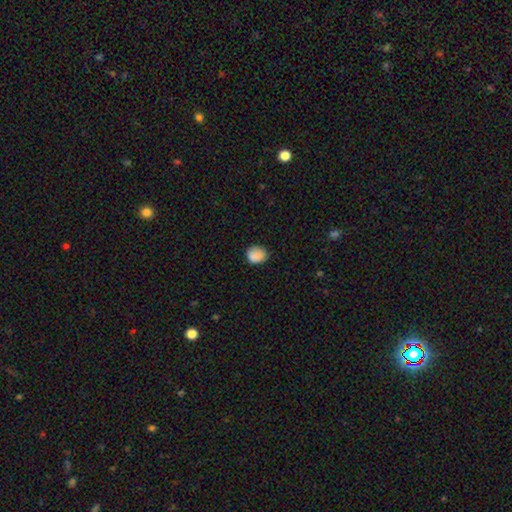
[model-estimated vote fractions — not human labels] Q: Smooth or featured?
A: smooth (87%); runner-up: star or artifact (9%)
Q: How rounded?
A: round (59%); runner-up: in between (40%)
Q: Merging?
A: none (78%); runner-up: minor disturbance (17%)